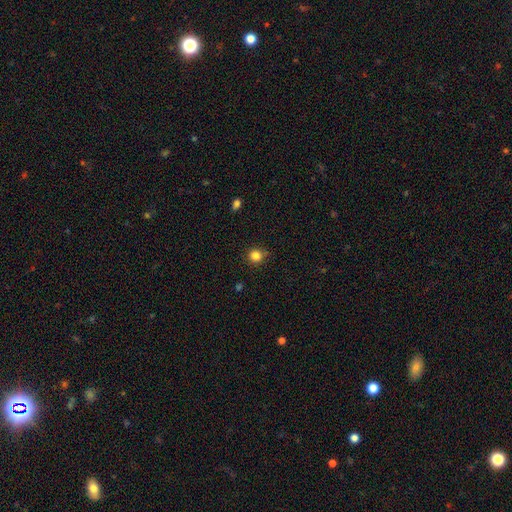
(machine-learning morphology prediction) A smooth galaxy with no disk features (83%) that is round (90%). Merging: none (82%).